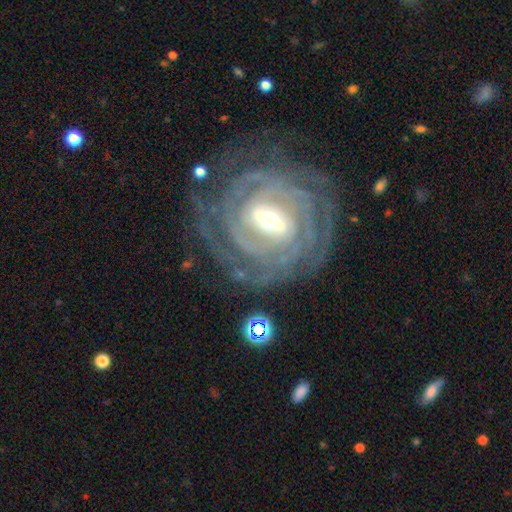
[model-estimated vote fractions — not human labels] This is clearly a featured or disk galaxy (90%). It is clearly not viewed edge-on (95%). Bar: possibly strong (55%). Spiral arm pattern: clearly yes (96%). Spiral arm count: marginally can't tell (30%). Spiral winding: clearly tight (86%). Central bulge: likely moderate (61%). Merging: clearly none (80%).